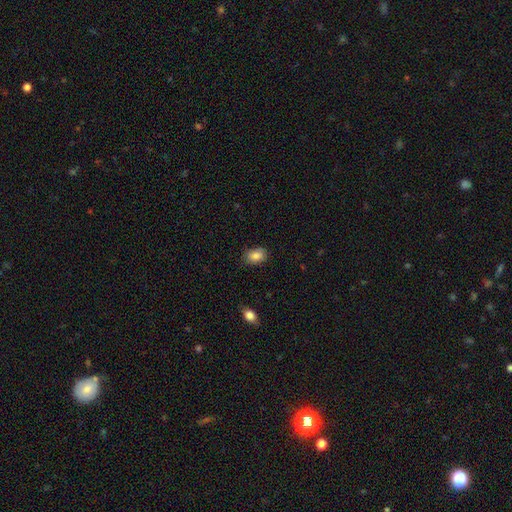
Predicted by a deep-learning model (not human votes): This is clearly a smooth galaxy (85%). How rounded: clearly in between (82%). Merging: clearly none (81%).